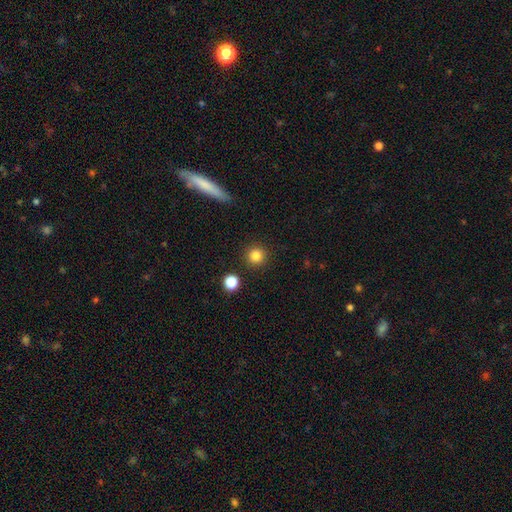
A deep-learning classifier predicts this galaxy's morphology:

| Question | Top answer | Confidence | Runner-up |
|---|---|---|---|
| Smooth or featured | smooth | 84% | star or artifact (12%) |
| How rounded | round | 95% | in between (4%) |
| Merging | none | 91% | minor disturbance (5%) |